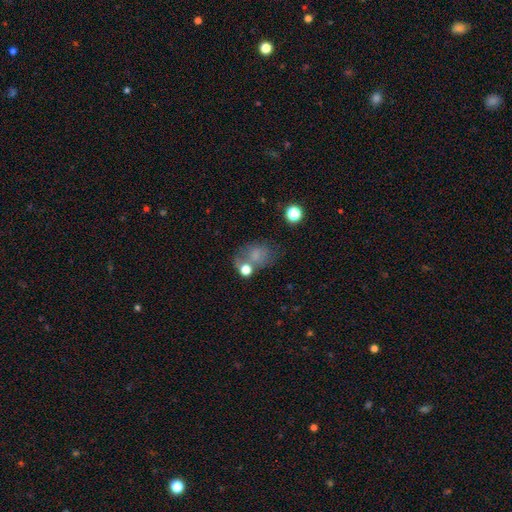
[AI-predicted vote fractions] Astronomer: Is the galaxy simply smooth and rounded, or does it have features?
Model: smooth — 61%.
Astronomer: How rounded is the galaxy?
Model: in between — 61% (runner-up: round, 38%).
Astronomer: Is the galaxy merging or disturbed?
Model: none — 45% (runner-up: minor disturbance, 21%).